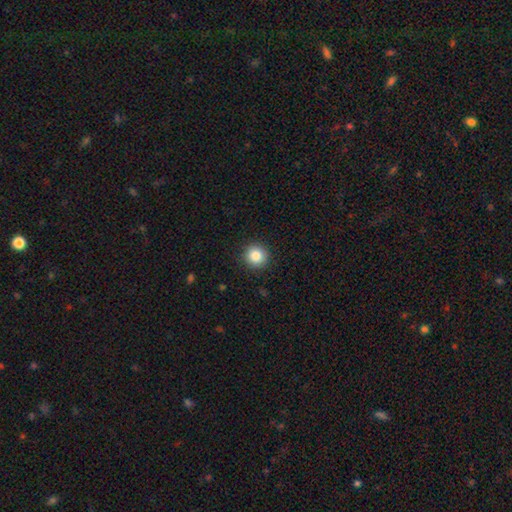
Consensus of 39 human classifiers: This is clearly a smooth galaxy (90%). How rounded: clearly round (94%). Merging: clearly none (95%).